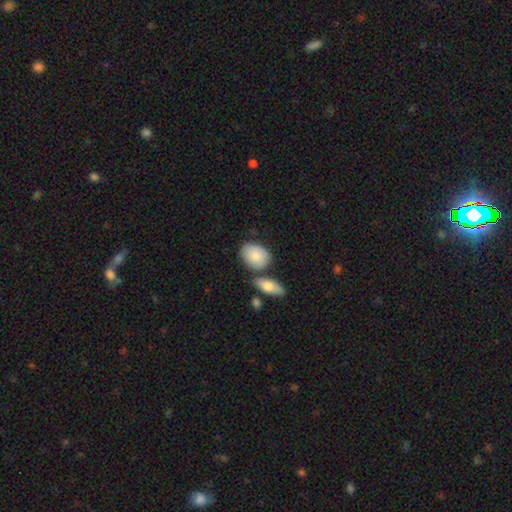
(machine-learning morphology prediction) Q: Smooth or featured?
A: smooth (81%); runner-up: featured or disk (13%)
Q: How rounded?
A: in between (75%); runner-up: round (23%)
Q: Merging?
A: none (61%); runner-up: merger (18%)